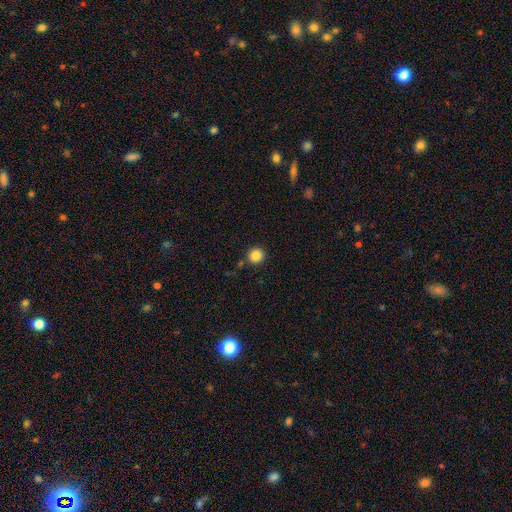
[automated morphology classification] Smooth or featured: smooth — 85% (star or artifact — 11%)
How rounded: round — 95% (in between — 4%)
Merging: none — 87% (minor disturbance — 7%)